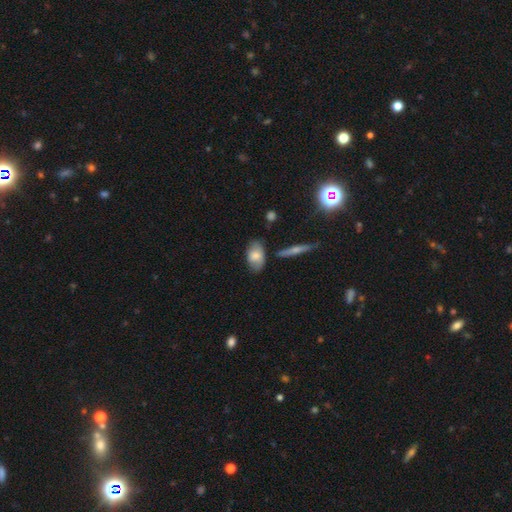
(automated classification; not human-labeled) Overall: smooth (72%). How rounded: in between (89%). Merging: none (65%).